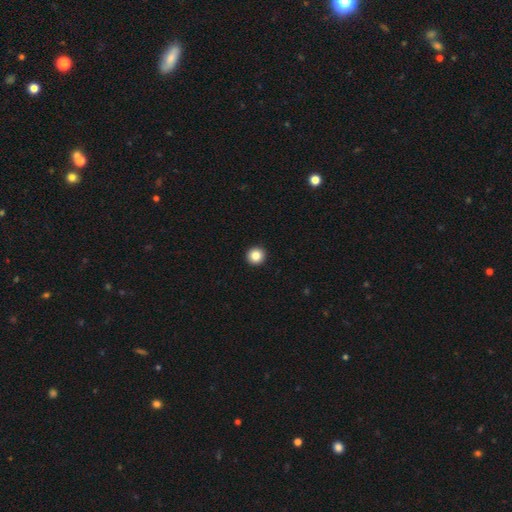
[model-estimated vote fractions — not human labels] This appears to be a smooth galaxy with no disk features (85%) that is round (95%). Merging: none (94%).